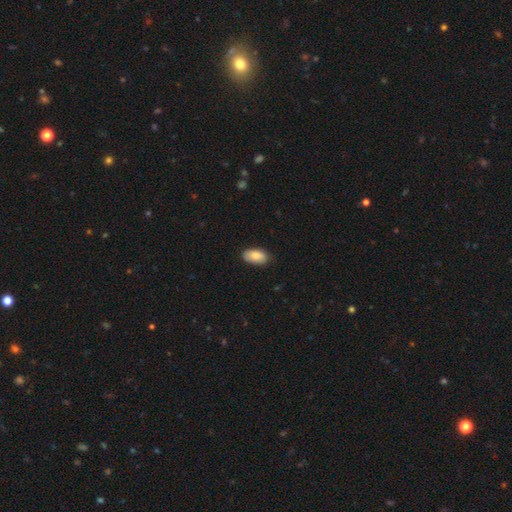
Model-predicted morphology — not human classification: smooth 85%, featured or disk 9%, star or artifact 6%. Down the decision tree: how rounded — in between (95%); merging — none (84%).